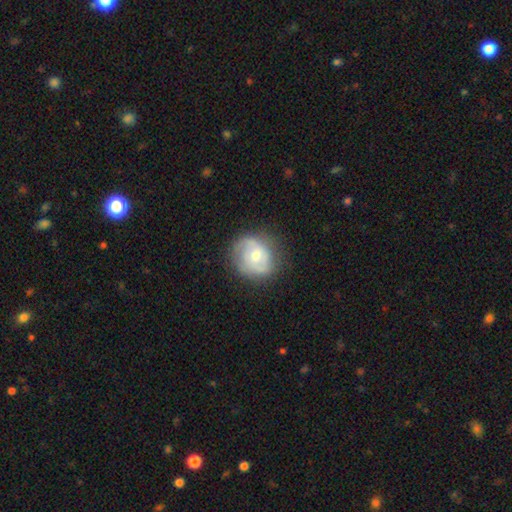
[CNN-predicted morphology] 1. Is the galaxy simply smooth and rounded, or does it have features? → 63% featured or disk, 30% smooth, 7% star or artifact.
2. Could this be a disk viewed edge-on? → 97% no, 3% yes.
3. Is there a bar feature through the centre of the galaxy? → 67% no, 28% weak, 5% strong.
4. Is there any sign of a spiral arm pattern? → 83% yes, 17% no.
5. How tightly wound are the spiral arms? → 42% tight, 40% medium, 18% loose.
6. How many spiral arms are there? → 52% 2, 25% can't tell, 12% 3, 6% 1, 3% 4, 2% more than 4.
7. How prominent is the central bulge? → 57% moderate, 37% small, 3% large, 1% none, 1% dominant.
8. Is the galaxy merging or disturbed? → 72% none, 19% minor disturbance, 7% major disturbance, 1% merger.